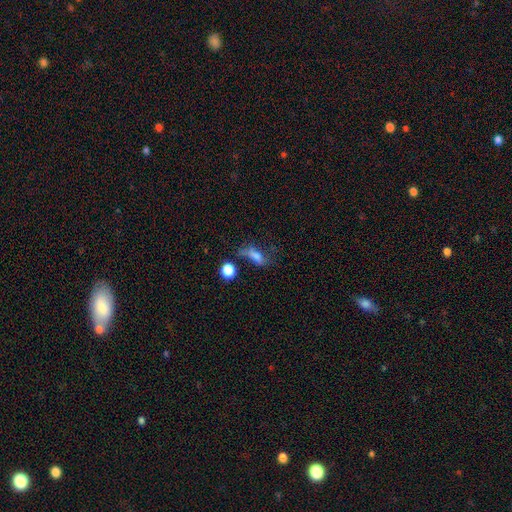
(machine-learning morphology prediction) smooth_or_featured: smooth (p=0.66) [alt: featured or disk p=0.19]
how_rounded: in between (p=0.67) [alt: cigar-shaped p=0.23]
merging: none (p=0.34) [alt: major disturbance p=0.30]